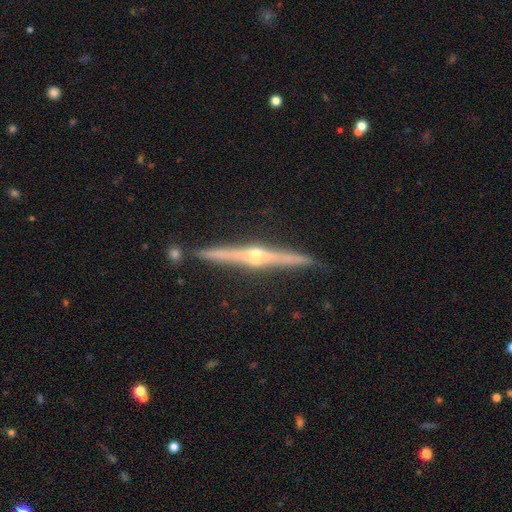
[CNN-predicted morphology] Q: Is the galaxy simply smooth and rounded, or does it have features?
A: featured or disk — 87%.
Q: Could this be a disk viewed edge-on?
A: yes — 98%.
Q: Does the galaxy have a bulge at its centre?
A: rounded — 94%.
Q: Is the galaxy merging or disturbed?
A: none — 89%.